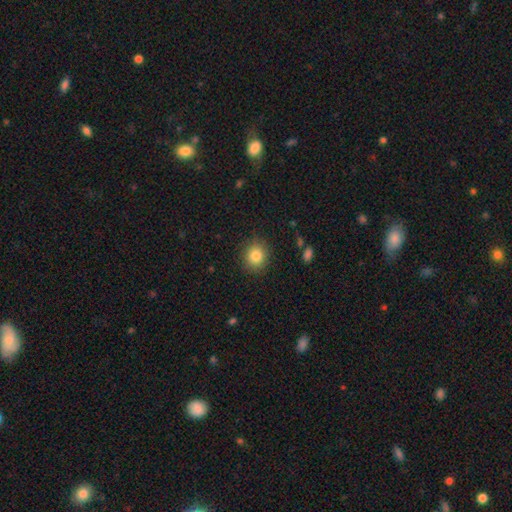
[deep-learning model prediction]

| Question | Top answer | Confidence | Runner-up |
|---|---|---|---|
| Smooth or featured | smooth | 84% | star or artifact (10%) |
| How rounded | round | 80% | in between (19%) |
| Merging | none | 88% | minor disturbance (8%) |